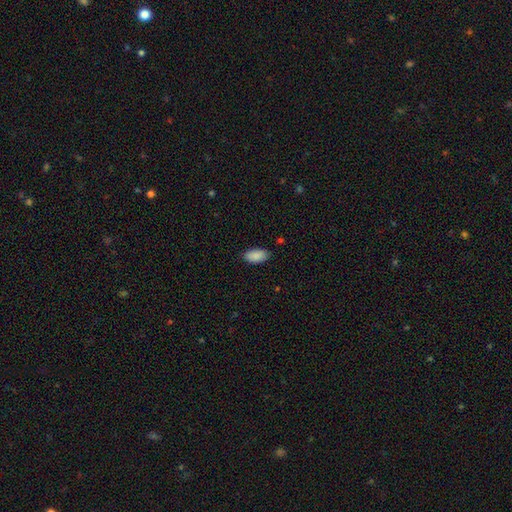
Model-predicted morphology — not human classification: smooth 90%, star or artifact 7%, featured or disk 3%. Down the decision tree: how rounded — in between (94%); merging — none (85%).